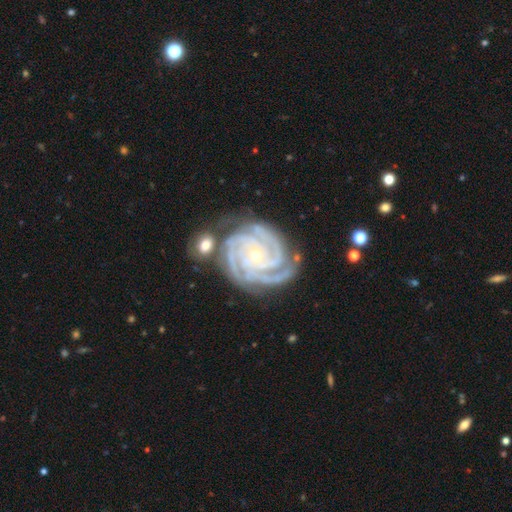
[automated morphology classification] Q: Smooth or featured?
A: featured or disk (94%); runner-up: star or artifact (4%)
Q: Edge-on disk?
A: no (98%); runner-up: yes (2%)
Q: Bar?
A: no (72%); runner-up: weak (18%)
Q: Spiral arms?
A: yes (99%); runner-up: no (1%)
Q: Spiral winding?
A: tight (83%); runner-up: medium (16%)
Q: Spiral arm count?
A: 4 (38%); runner-up: 3 (35%)
Q: Bulge size?
A: small (70%); runner-up: moderate (27%)
Q: Merging?
A: none (70%); runner-up: minor disturbance (18%)